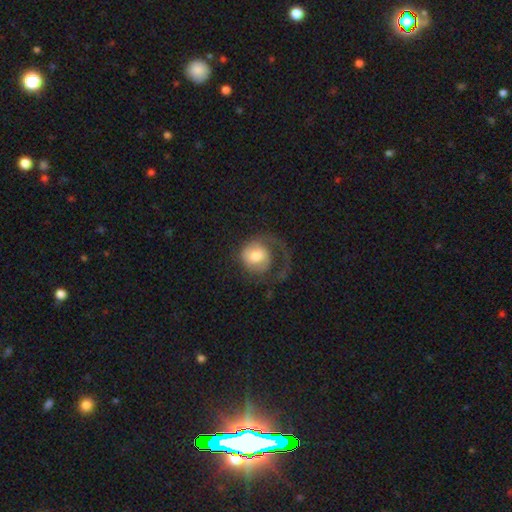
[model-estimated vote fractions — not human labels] This is possibly a featured or disk galaxy (47%). Merging: marginally major disturbance (45%).